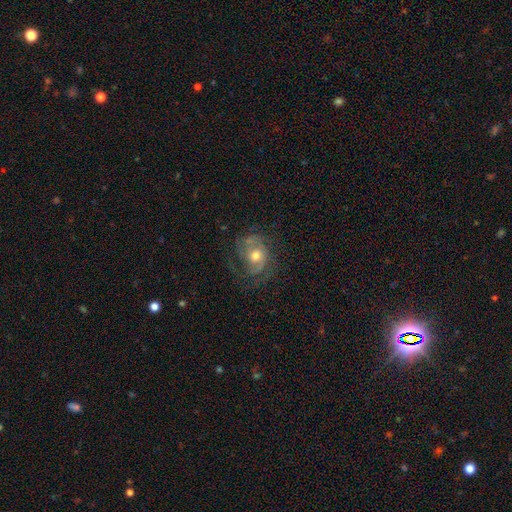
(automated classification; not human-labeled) Smooth or featured? Predicted: featured or disk (p=0.72). Edge-on disk? Predicted: no (p=0.97). Bar? Predicted: no (p=0.73). Spiral arms? Predicted: yes (p=0.86). Spiral winding? Predicted: medium (p=0.42). Spiral arm count? Predicted: 2 (p=0.39). Bulge size? Predicted: moderate (p=0.71). Merging? Predicted: none (p=0.58).